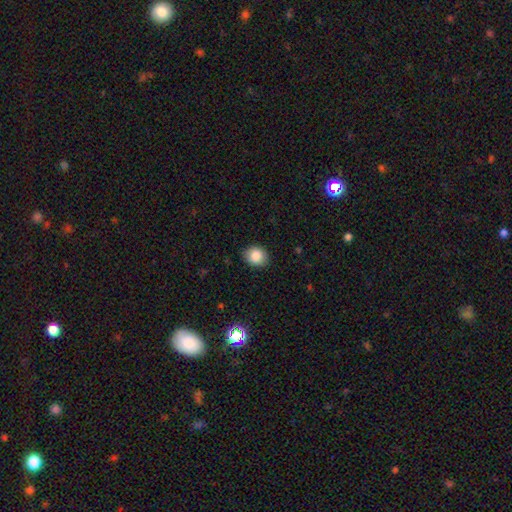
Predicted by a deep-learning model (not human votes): Smooth or featured: smooth — 85% (star or artifact — 9%)
How rounded: round — 61% (in between — 38%)
Merging: none — 87% (minor disturbance — 10%)